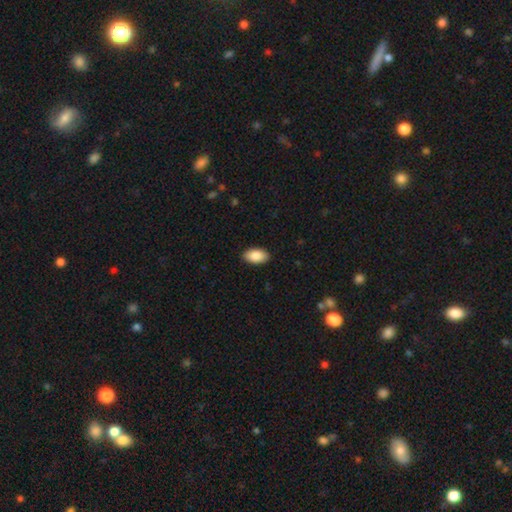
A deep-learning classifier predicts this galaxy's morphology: This appears to be a smooth galaxy with no disk features (88%) that is in between round and cigar-shaped (95%). Merging: none (89%).